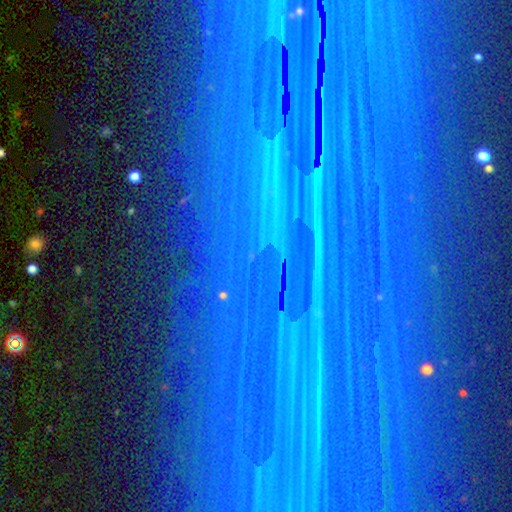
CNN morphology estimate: This is clearly a star or artifact rather than a galaxy (82%).